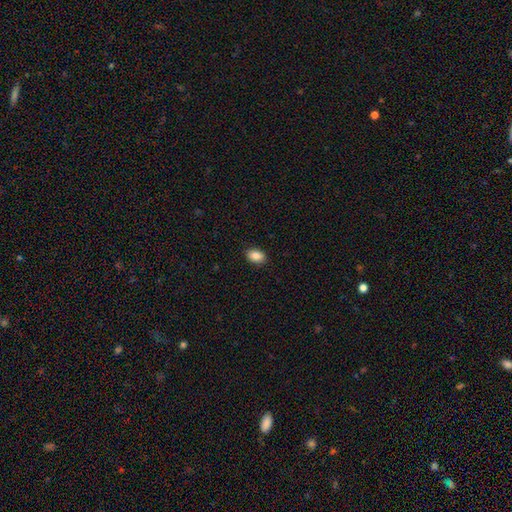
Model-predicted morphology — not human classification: smooth 87%, star or artifact 8%, featured or disk 5%. Down the decision tree: how rounded — in between (83%); merging — none (90%).